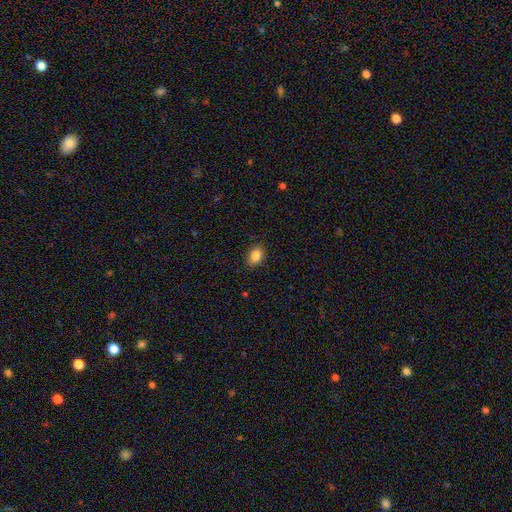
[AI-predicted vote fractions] smooth 86%, star or artifact 9%, featured or disk 5%. Down the decision tree: how rounded — in between (82%); merging — none (86%).